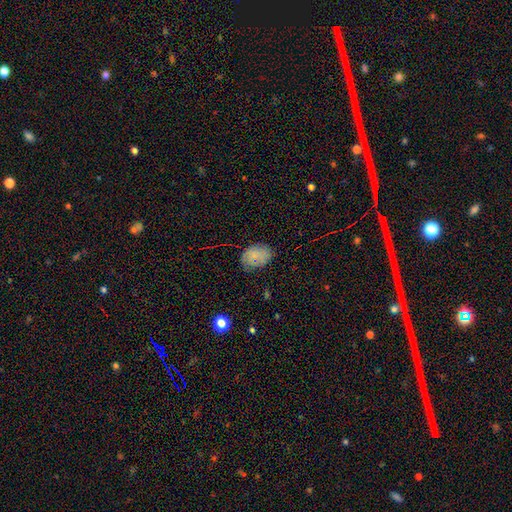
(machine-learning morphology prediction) A smooth galaxy with no disk features (75%) that is in between round and cigar-shaped (76%).

Vote fractions:
- Smooth or featured? smooth: 75% / featured or disk: 15% / star or artifact: 10%
- How rounded? in between: 76% / round: 23% / cigar-shaped: 1%
- Merging? none: 70% / minor disturbance: 23% / major disturbance: 6% / merger: 1%